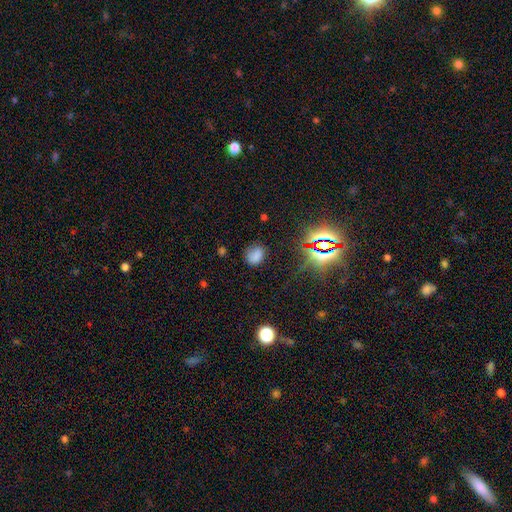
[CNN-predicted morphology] A smooth galaxy with no disk features (68%) that is in between round and cigar-shaped (63%). Merging: none (71%).